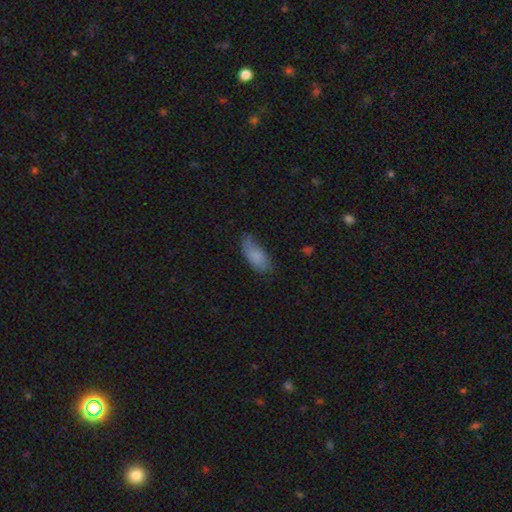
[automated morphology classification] This appears to be a smooth galaxy with no disk features (83%) that is in between round and cigar-shaped (84%). Merging: none (57%).